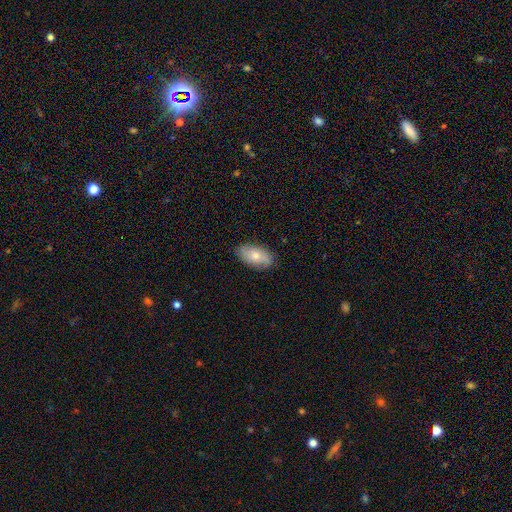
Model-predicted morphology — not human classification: A smooth galaxy with no disk features (60%) that is in between round and cigar-shaped (92%).

Vote fractions:
- Smooth or featured? smooth: 60% / featured or disk: 33% / star or artifact: 7%
- How rounded? in between: 92% / round: 5% / cigar-shaped: 3%
- Merging? none: 81% / minor disturbance: 15% / major disturbance: 3% / merger: 1%